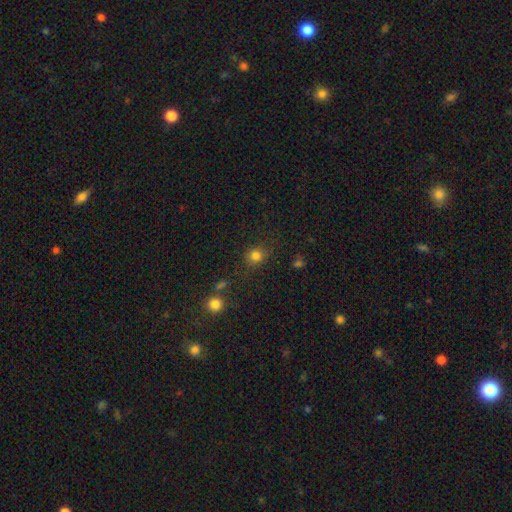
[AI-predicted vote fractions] Q: Smooth or featured?
A: smooth (80%); runner-up: star or artifact (14%)
Q: How rounded?
A: round (77%); runner-up: in between (22%)
Q: Merging?
A: none (78%); runner-up: minor disturbance (13%)